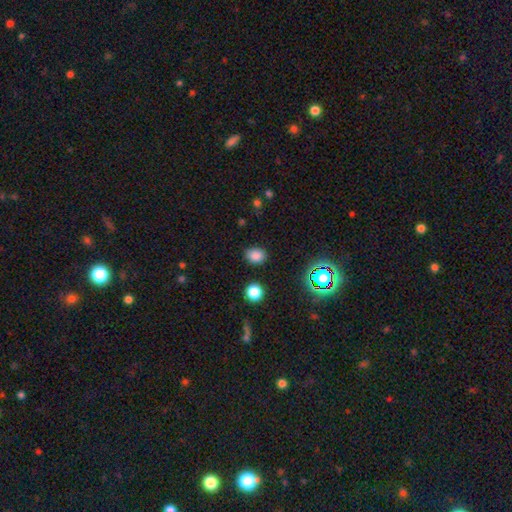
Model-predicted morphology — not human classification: Smooth or featured? Predicted: smooth (p=0.79). How rounded? Predicted: in between (p=0.55). Merging? Predicted: none (p=0.85).